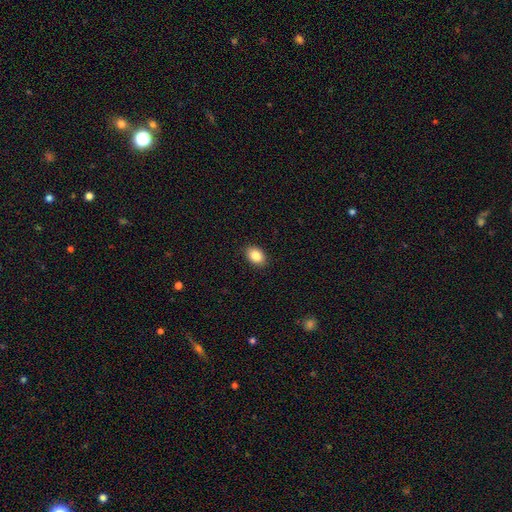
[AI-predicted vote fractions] A smooth galaxy with no disk features (86%) that is in between round and cigar-shaped (82%). Merging: none (89%).